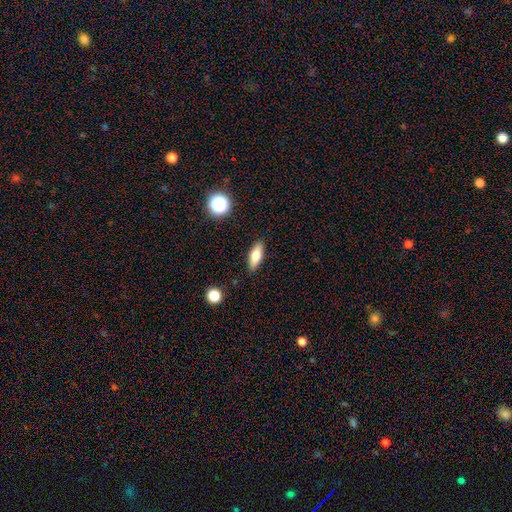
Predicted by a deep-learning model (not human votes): Smooth or featured? smooth (75%)
How rounded? in between (68%)
Merging? none (88%)